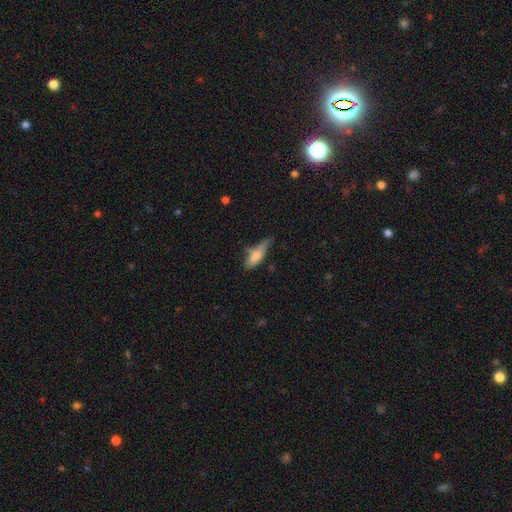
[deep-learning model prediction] Smooth or featured? smooth (73%)
How rounded? in between (55%)
Merging? none (39%, tied with minor disturbance)